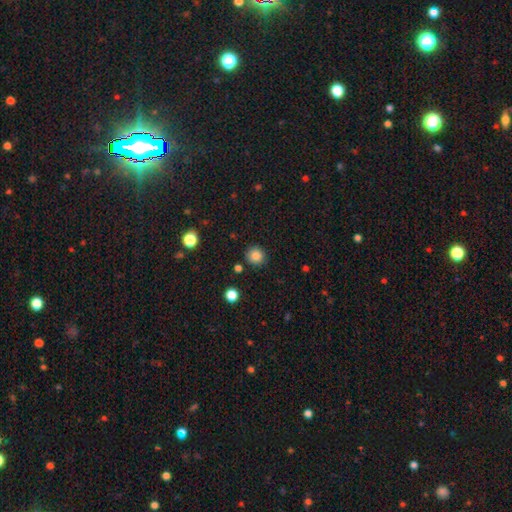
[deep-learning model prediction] A smooth galaxy with no disk features (84%) that is round (90%). Merging: none (87%).